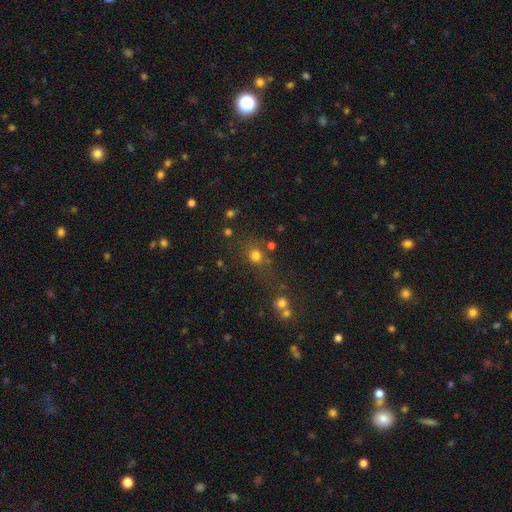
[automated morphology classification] This appears to be a smooth galaxy with no disk features (73%) that is round (83%). Merging: none (66%).